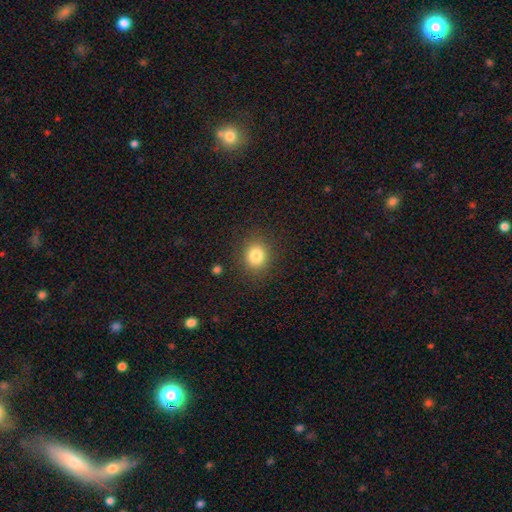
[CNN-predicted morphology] A smooth galaxy with no disk features (82%) that is round (77%). Merging: none (88%).